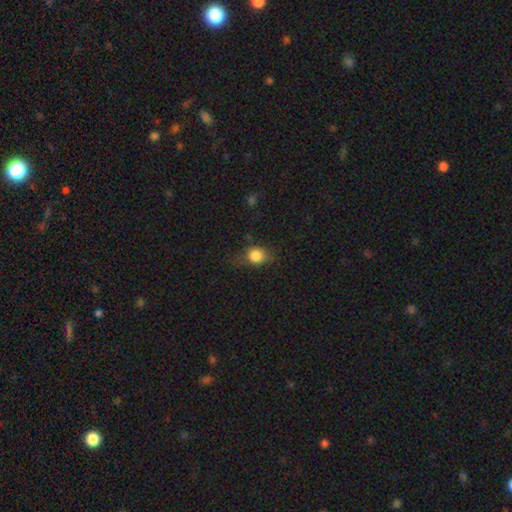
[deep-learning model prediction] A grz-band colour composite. It shows a smooth galaxy with no disk features (81%) that is round (60%). Merging: none (61%).